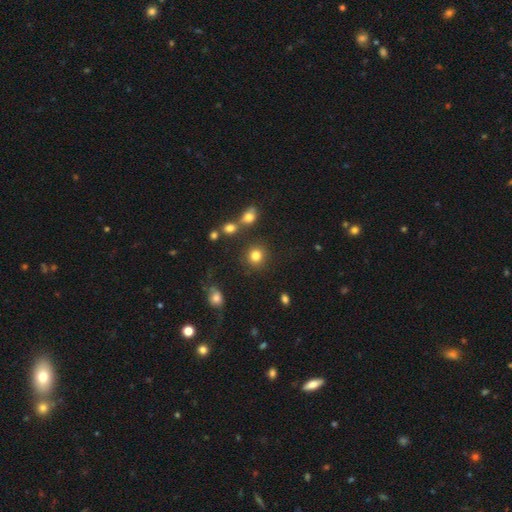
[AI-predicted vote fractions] The model was most divided on "smooth or featured": smooth: 80%, star or artifact: 13%, featured or disk: 6%. More confident: how rounded — round (88%); merging — none (81%).